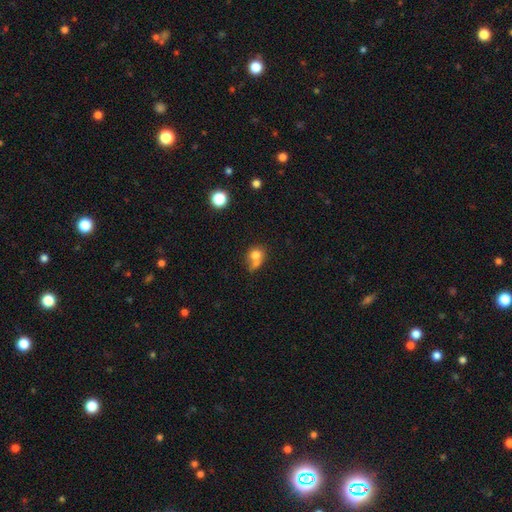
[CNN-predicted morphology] smooth 73%, featured or disk 16%, star or artifact 11%. Down the decision tree: how rounded — round (68%); merging — merger (54%).